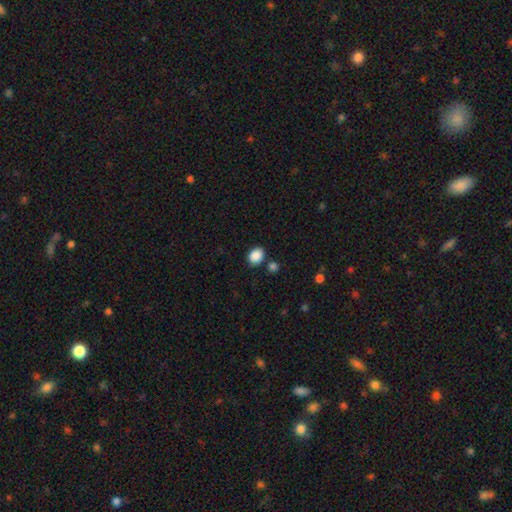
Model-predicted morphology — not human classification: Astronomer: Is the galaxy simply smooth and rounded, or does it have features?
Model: smooth — 88%.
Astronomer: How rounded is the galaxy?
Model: in between — 52% (runner-up: round, 47%).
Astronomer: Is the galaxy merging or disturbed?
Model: none — 80%.